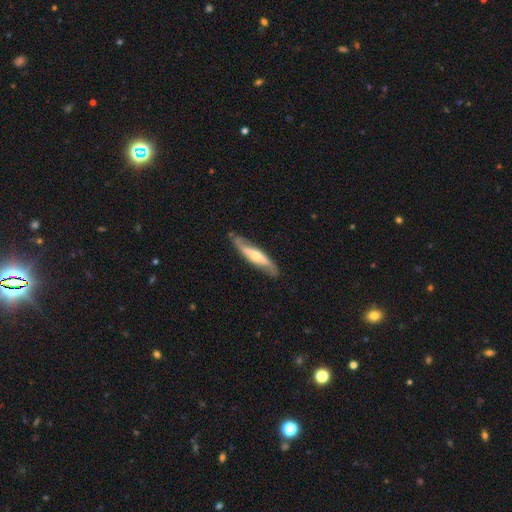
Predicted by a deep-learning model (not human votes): smooth-or-featured: featured or disk: 69% | smooth: 26% | star or artifact: 5%
  disk-edge-on: no: 57% | yes: 43%
  merging: none: 80% | minor disturbance: 15% | major disturbance: 3% | merger: 1%